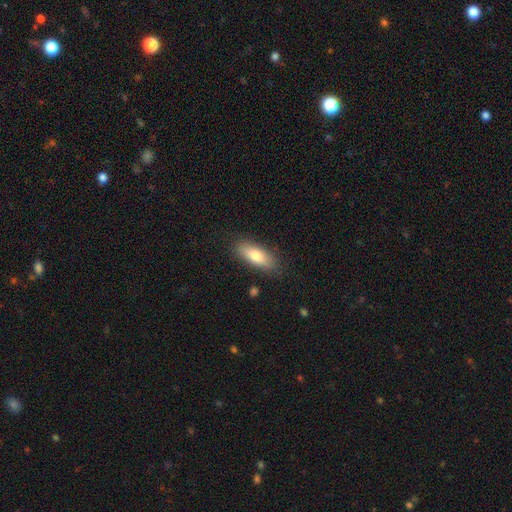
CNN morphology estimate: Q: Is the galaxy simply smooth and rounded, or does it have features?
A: smooth — 77%.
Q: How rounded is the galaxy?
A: in between — 69%.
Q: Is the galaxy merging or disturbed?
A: none — 85%.